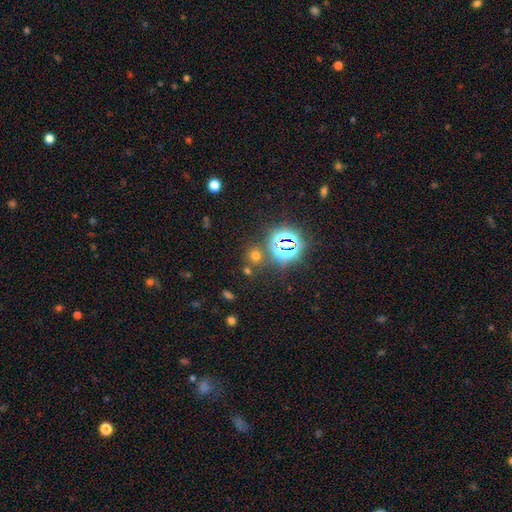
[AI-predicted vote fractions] Smooth or featured: smooth — 51% (star or artifact — 41%)
How rounded: round — 84% (in between — 14%)
Merging: none — 76% (merger — 11%)